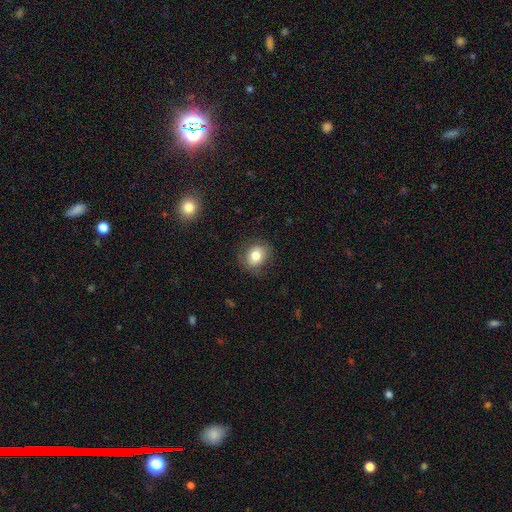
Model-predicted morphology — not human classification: Smooth or featured? smooth (78%)
How rounded? round (61%)
Merging? none (80%)